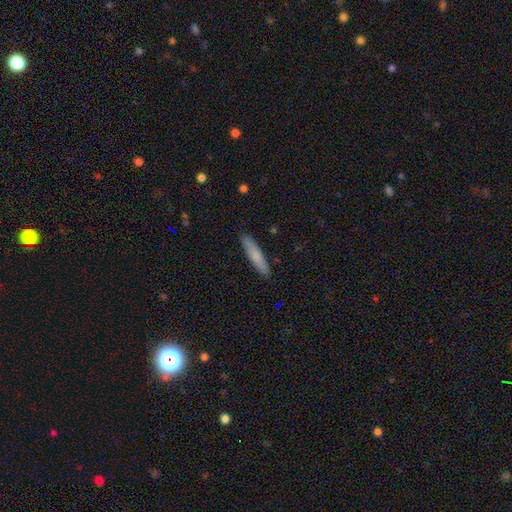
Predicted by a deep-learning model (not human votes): This appears to be a smooth galaxy with no disk features (75%) that is cigar-shaped (88%). Merging: none (90%).